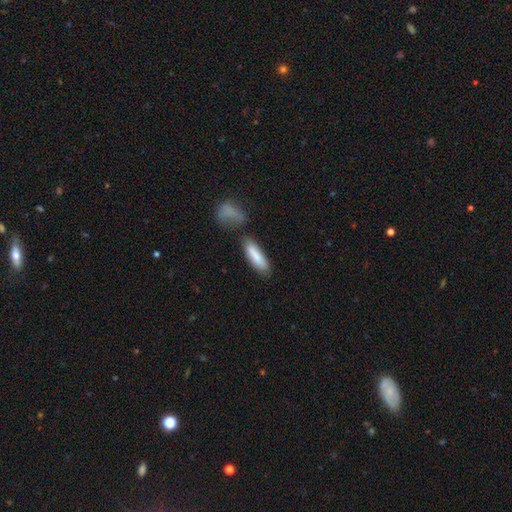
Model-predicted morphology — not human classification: Smooth or featured? smooth (81%)
How rounded? cigar-shaped (63%)
Merging? none (66%)